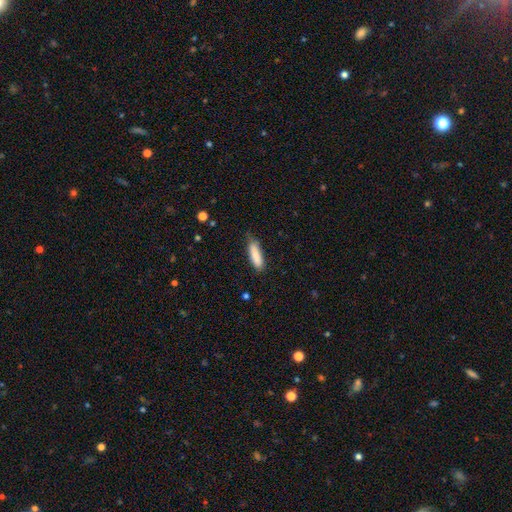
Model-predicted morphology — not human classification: This is clearly a smooth galaxy (85%). How rounded: possibly cigar-shaped (57%). Merging: likely none (70%).